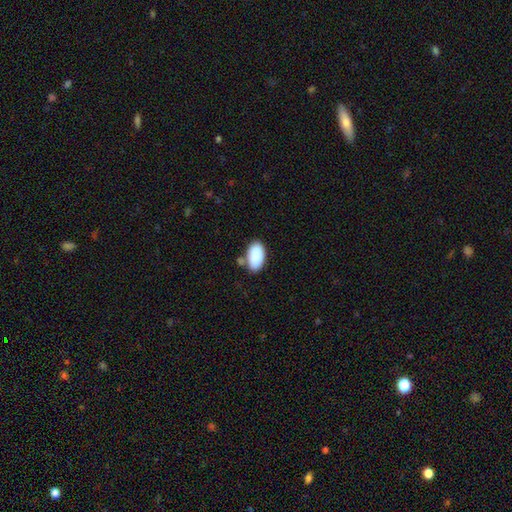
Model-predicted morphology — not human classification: smooth 90%, star or artifact 6%, featured or disk 4%. Down the decision tree: how rounded — in between (96%); merging — none (74%).